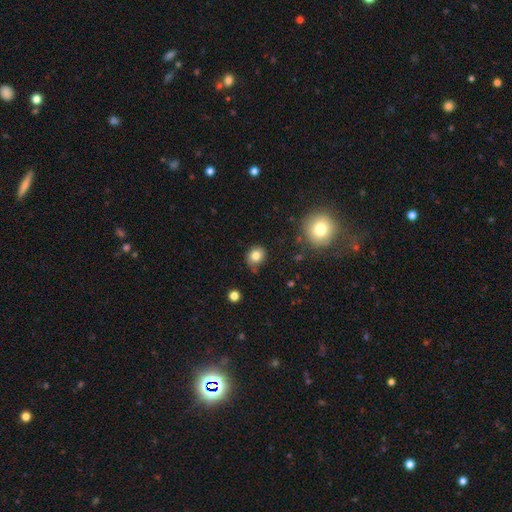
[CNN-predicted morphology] This is clearly a smooth galaxy (81%). How rounded: likely round (68%). Merging: likely none (71%).